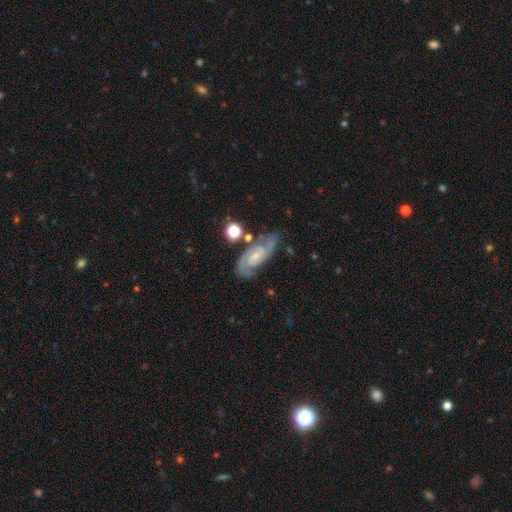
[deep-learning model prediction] This is clearly a featured or disk galaxy (86%). It is clearly not viewed edge-on (96%). Bar: possibly no (50%). Spiral arm pattern: clearly yes (97%). Spiral arm count: clearly 2 (87%). Spiral winding: possibly tight (46%). Central bulge: likely small (61%). Merging: likely none (73%).